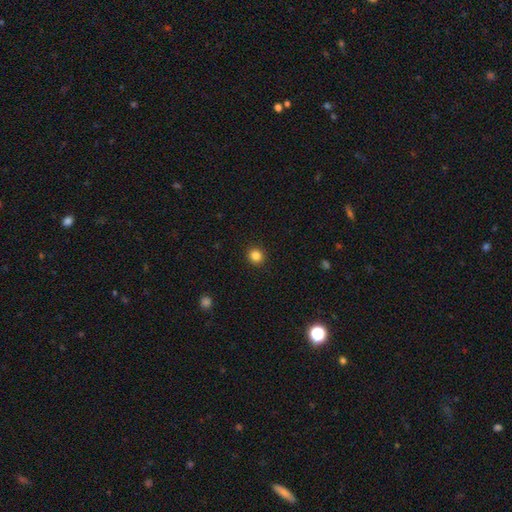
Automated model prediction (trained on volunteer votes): Q: Smooth or featured?
A: smooth (84%); runner-up: star or artifact (12%)
Q: How rounded?
A: round (88%); runner-up: in between (11%)
Q: Merging?
A: none (92%); runner-up: minor disturbance (5%)